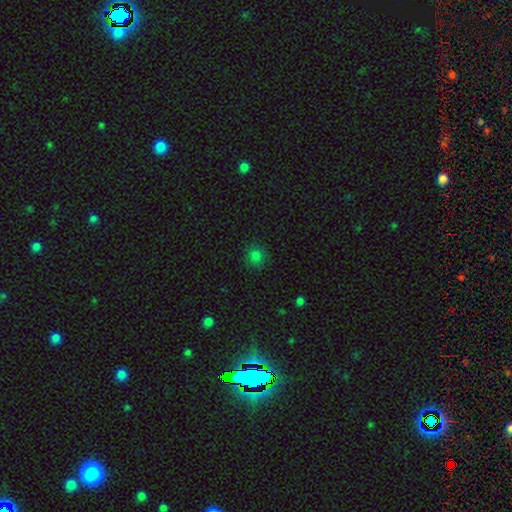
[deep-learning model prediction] The model was most divided on "smooth or featured": smooth: 81%, star or artifact: 15%, featured or disk: 4%. More confident: merging — none (88%); how rounded — round (86%).